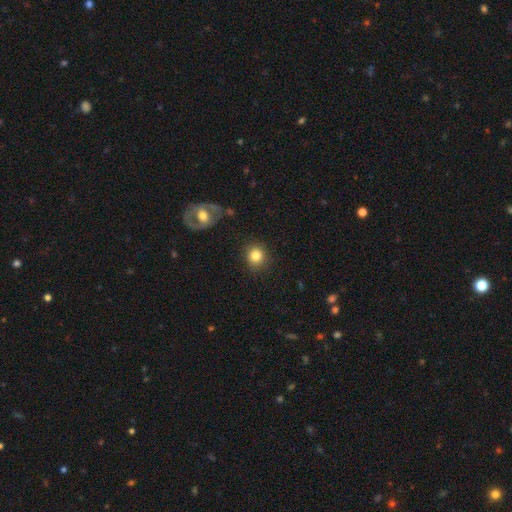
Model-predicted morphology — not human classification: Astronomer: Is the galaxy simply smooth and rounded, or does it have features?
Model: smooth — 83%.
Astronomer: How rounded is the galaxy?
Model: round — 87%.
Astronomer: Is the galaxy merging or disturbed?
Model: none — 86%.